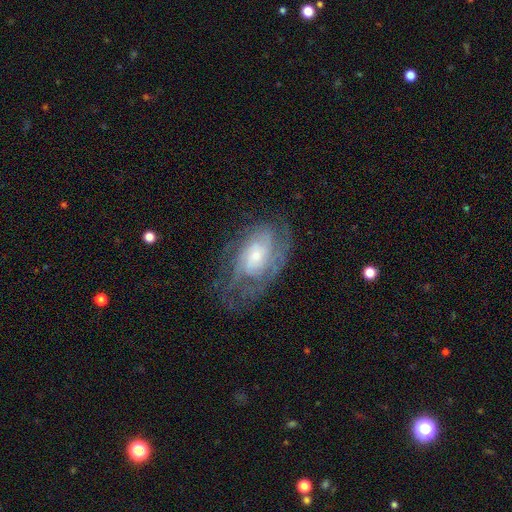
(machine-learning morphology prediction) The model was most divided on "spiral winding": tight: 58%, medium: 31%, loose: 11%. More confident: edge-on disk — no (95%); spiral arms — yes (86%); smooth or featured — featured or disk (76%); bar — no (72%); bulge size — small (63%); merging — none (62%); spiral arm count — can't tell (52%).